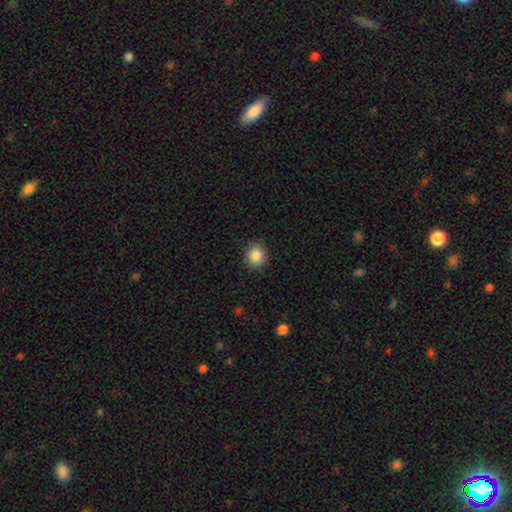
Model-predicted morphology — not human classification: Smooth or featured? Predicted: smooth (p=0.87). How rounded? Predicted: round (p=0.88). Merging? Predicted: none (p=0.89).